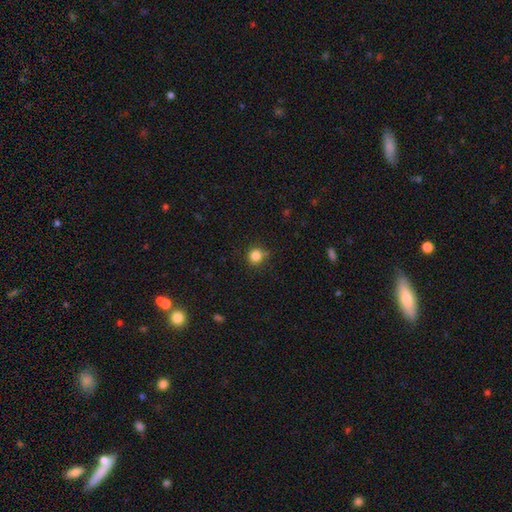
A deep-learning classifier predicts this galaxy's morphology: Smooth or featured: smooth — 84% (star or artifact — 12%)
How rounded: round — 90% (in between — 9%)
Merging: none — 78% (minor disturbance — 14%)